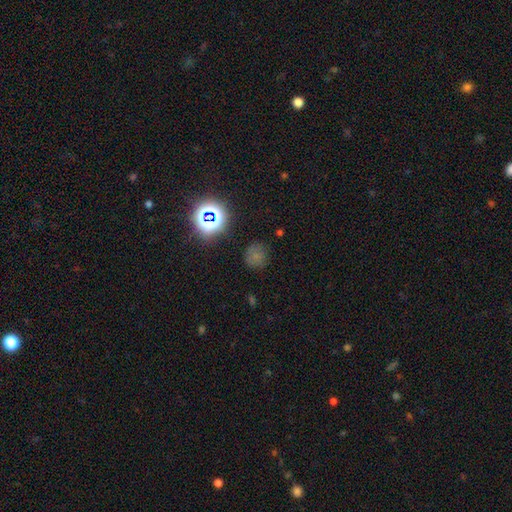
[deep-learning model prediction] Overall: smooth (59%; star or artifact 32%). How rounded: round (86%). Merging: none (78%).